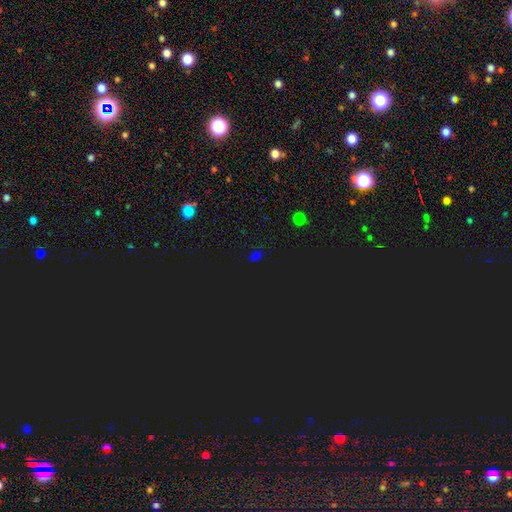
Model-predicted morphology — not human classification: A star or artifact, not a galaxy (58%).

Vote fractions:
- Smooth or featured? star or artifact: 58% / smooth: 37% / featured or disk: 5%